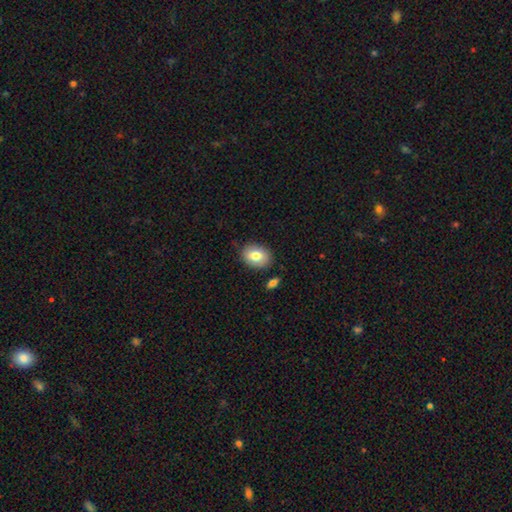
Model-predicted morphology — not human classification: Overall: smooth (79%). How rounded: in between (66%; round 33%). Merging: none (84%).